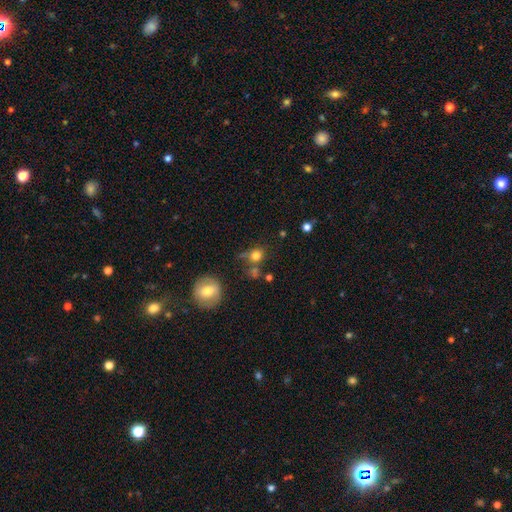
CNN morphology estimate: A smooth galaxy with no disk features (76%) that is round (82%).

Vote fractions:
- Smooth or featured? smooth: 76% / star or artifact: 14% / featured or disk: 10%
- How rounded? round: 82% / in between: 16% / cigar-shaped: 2%
- Merging? none: 57% / merger: 17% / minor disturbance: 16% / major disturbance: 10%